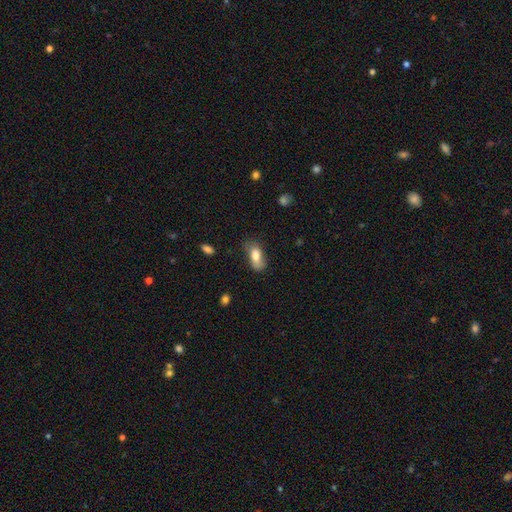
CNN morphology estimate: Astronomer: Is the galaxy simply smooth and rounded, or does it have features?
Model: smooth — 77%.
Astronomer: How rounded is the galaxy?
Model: in between — 87%.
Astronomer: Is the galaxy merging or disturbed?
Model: none — 52% (runner-up: minor disturbance, 32%).